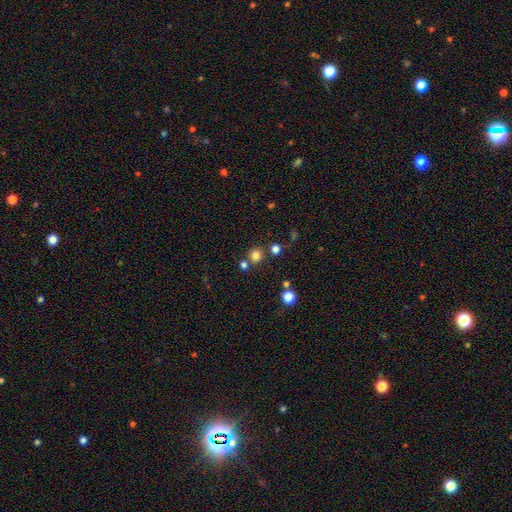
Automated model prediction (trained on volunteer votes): smooth_or_featured: smooth (p=0.79) [alt: star or artifact p=0.16]
how_rounded: round (p=0.92) [alt: in between p=0.07]
merging: none (p=0.76) [alt: merger p=0.14]